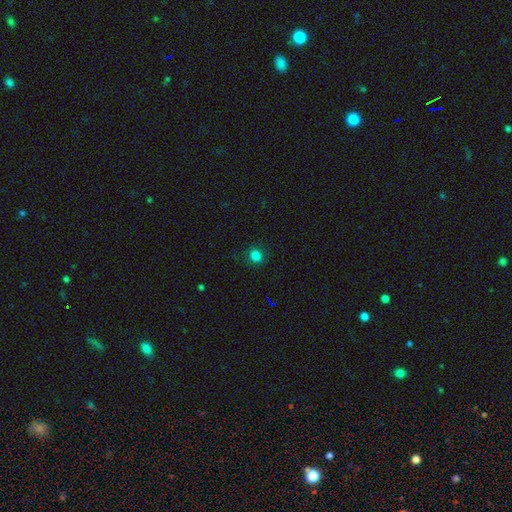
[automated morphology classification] type=smooth (81%); roundness=round (78%); merging=none (87%).